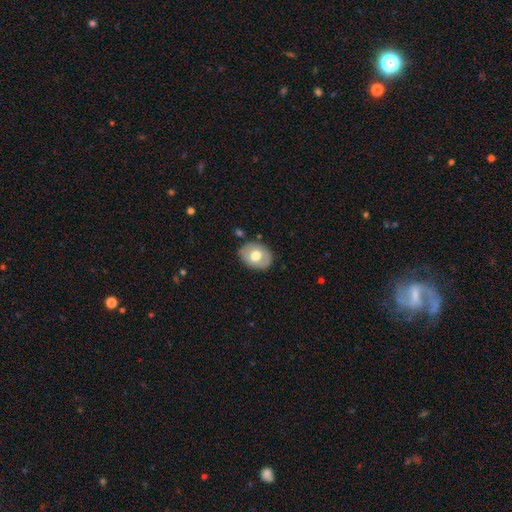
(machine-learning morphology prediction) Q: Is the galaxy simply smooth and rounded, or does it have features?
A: smooth — 63%.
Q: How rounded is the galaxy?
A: in between — 63%.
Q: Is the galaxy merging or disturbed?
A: none — 83%.